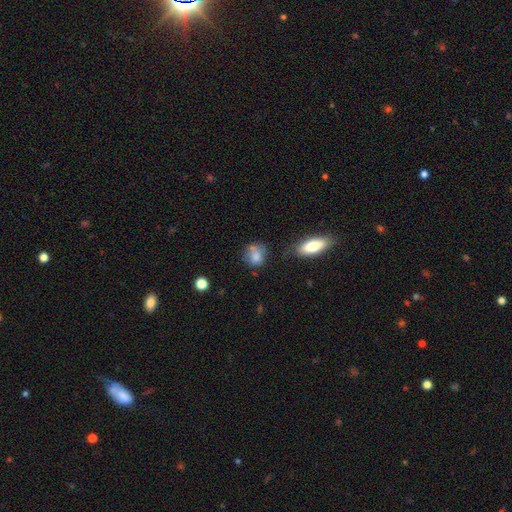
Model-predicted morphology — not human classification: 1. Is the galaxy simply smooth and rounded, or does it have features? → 76% smooth, 14% featured or disk, 10% star or artifact.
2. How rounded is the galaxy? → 57% round, 41% in between, 2% cigar-shaped.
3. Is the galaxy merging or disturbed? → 46% none, 27% minor disturbance, 15% merger, 12% major disturbance.